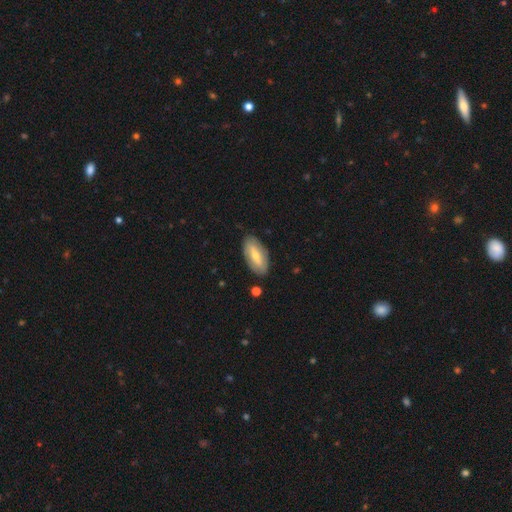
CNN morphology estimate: smooth_or_featured: smooth (p=0.55) [alt: featured or disk p=0.39]
how_rounded: in between (p=0.87) [alt: cigar-shaped p=0.11]
merging: none (p=0.84) [alt: minor disturbance p=0.12]